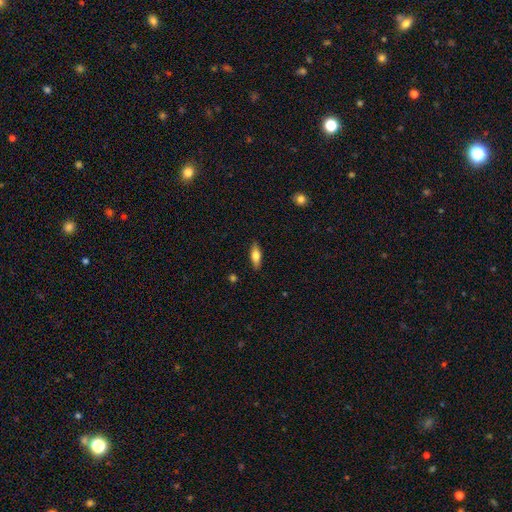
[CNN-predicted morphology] Overall: smooth (72%). How rounded: in between (70%). Merging: none (87%).